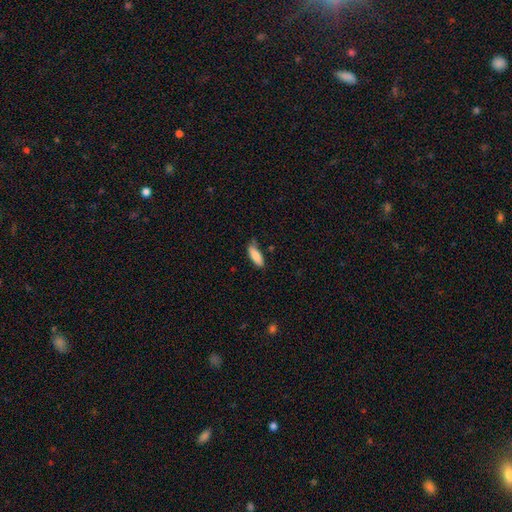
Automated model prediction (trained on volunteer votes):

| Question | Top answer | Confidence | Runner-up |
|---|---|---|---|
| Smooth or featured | smooth | 83% | featured or disk (10%) |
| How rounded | in between | 64% | cigar-shaped (34%) |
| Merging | none | 71% | minor disturbance (23%) |